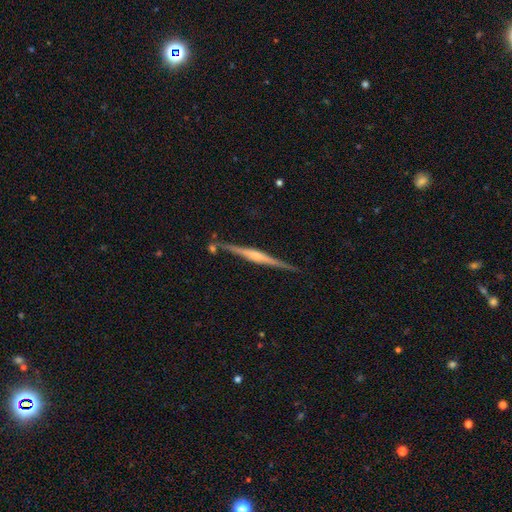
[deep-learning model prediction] Q: Smooth or featured?
A: featured or disk (83%); runner-up: smooth (11%)
Q: Edge-on disk?
A: yes (98%); runner-up: no (2%)
Q: Edge-on bulge?
A: rounded (79%); runner-up: boxy (11%)
Q: Merging?
A: none (86%); runner-up: minor disturbance (9%)